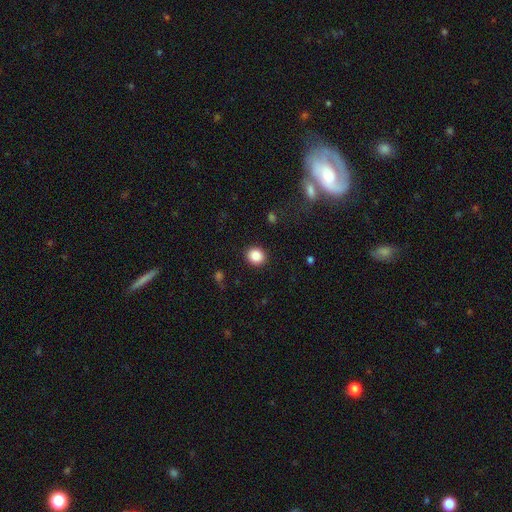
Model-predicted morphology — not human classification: Smooth or featured?
  - smooth: 86% *
  - star or artifact: 9%
  - featured or disk: 4%
How rounded?
  - round: 72% *
  - in between: 27%
  - cigar-shaped: 1%
Merging?
  - none: 91% *
  - minor disturbance: 6%
  - major disturbance: 2%
  - merger: 1%